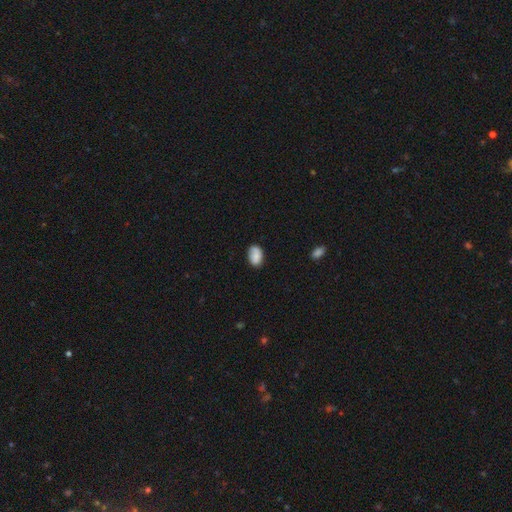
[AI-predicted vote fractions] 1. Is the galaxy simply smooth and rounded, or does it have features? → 79% smooth, 13% featured or disk, 8% star or artifact.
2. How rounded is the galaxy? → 85% in between, 14% round, 1% cigar-shaped.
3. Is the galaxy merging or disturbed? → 71% none, 22% minor disturbance, 5% major disturbance, 2% merger.